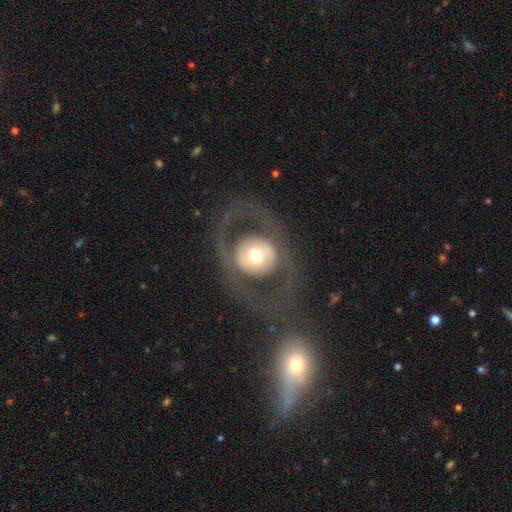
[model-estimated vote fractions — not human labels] A featured or disk galaxy (58%) with no bar (81%), no spiral arms (74%) and a moderate central bulge (55%).

Vote fractions:
- Smooth or featured? featured or disk: 58% / smooth: 35% / star or artifact: 7%
- Edge-on disk? no: 94% / yes: 6%
- Bar? no: 81% / weak: 12% / strong: 7%
- Spiral arms? no: 74% / yes: 26%
- Bulge size? moderate: 55% / large: 32% / dominant: 6% / small: 5% / none: 1%
- Merging? none: 71% / major disturbance: 18% / minor disturbance: 10% / merger: 1%